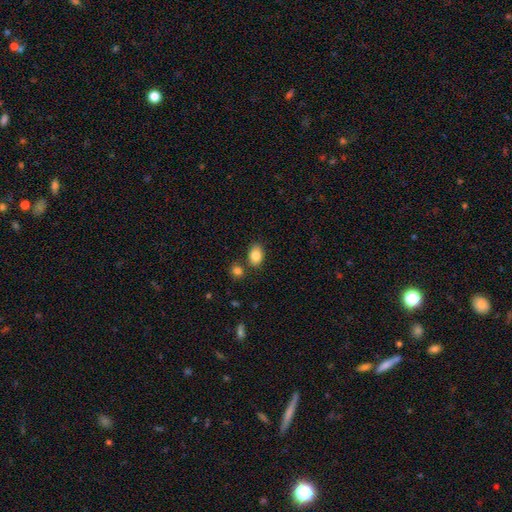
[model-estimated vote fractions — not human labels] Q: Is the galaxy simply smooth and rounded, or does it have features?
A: smooth — 84%.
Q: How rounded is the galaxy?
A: in between — 83%.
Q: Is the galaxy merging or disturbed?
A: none — 74%.